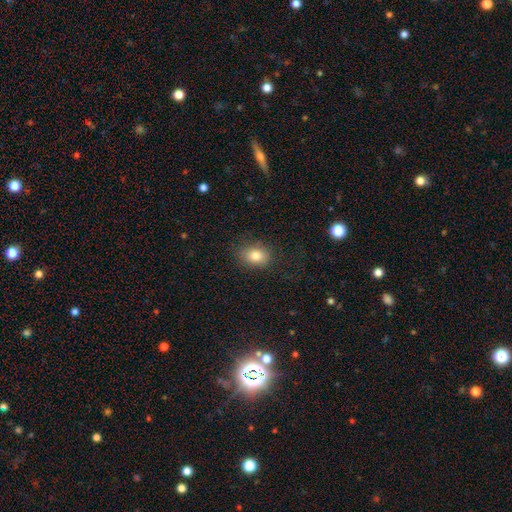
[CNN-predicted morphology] Smooth or featured? Predicted: smooth (p=0.81). How rounded? Predicted: in between (p=0.55). Merging? Predicted: none (p=0.79).